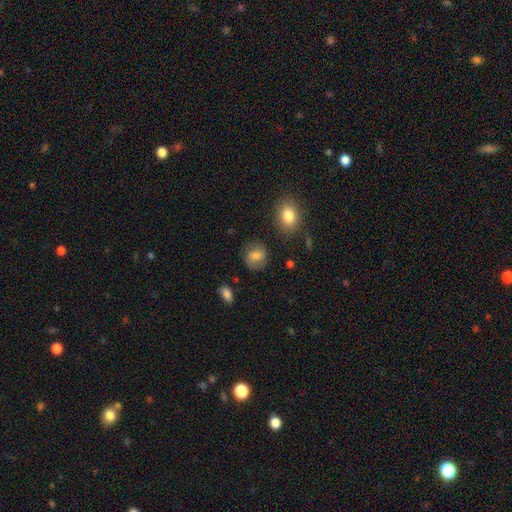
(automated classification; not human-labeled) The model was most divided on "how rounded": round: 63%, in between: 35%, cigar-shaped: 2%. More confident: merging — none (76%); smooth or featured — smooth (68%).